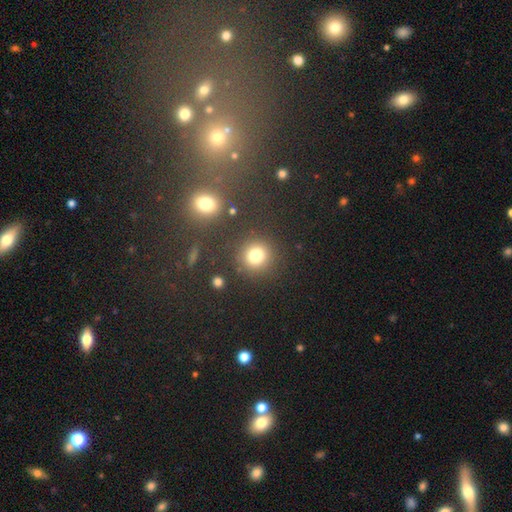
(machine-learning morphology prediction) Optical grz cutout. It shows a smooth galaxy with no disk features (77%) that is round (89%). Merging: none (85%).